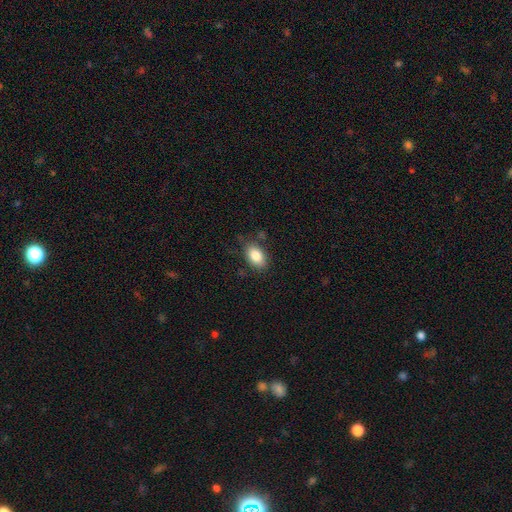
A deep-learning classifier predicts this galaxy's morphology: This appears to be a smooth galaxy with no disk features (84%) that is in between round and cigar-shaped (88%). Merging: none (77%).